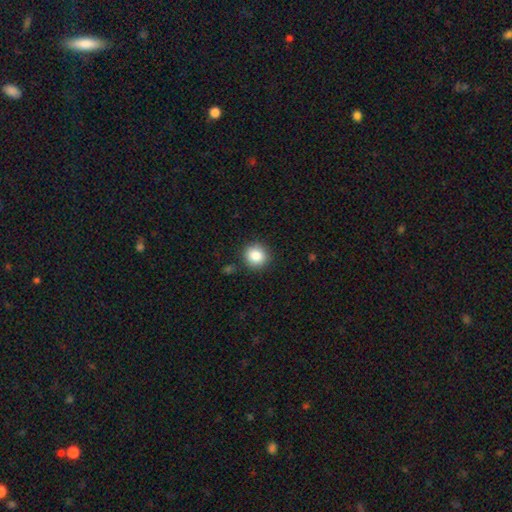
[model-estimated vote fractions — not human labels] A smooth galaxy with no disk features (85%) that is round (90%). Merging: none (88%).